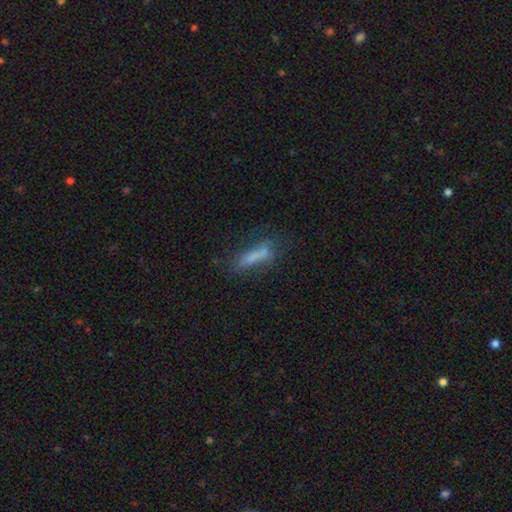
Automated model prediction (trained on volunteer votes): Morphology: type=smooth (62%); roundness=cigar-shaped (71%); merging=none (51%).